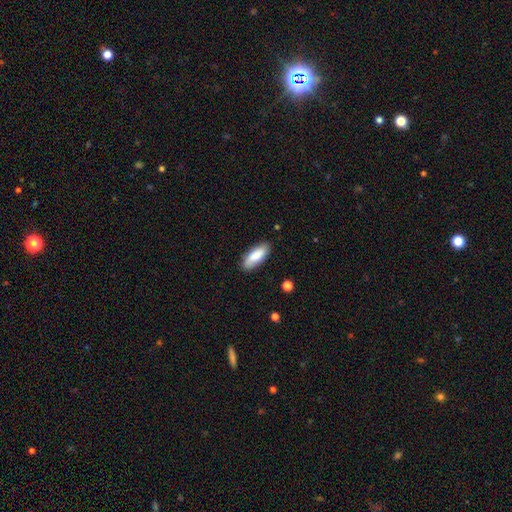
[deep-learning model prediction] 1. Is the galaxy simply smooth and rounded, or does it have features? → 83% smooth, 11% featured or disk, 6% star or artifact.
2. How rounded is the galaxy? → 75% in between, 24% cigar-shaped, 2% round.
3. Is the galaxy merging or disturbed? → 86% none, 11% minor disturbance, 2% major disturbance, 1% merger.